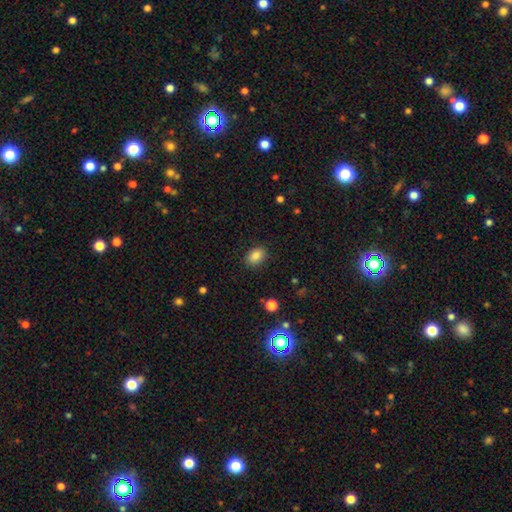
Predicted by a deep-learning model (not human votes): This appears to be a smooth galaxy with no disk features (85%) that is in between round and cigar-shaped (77%). Merging: none (86%).